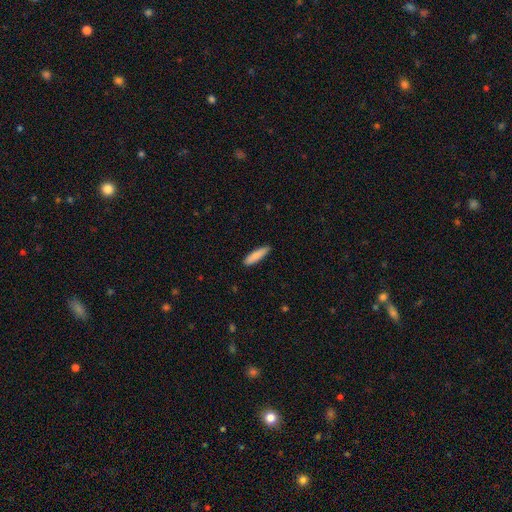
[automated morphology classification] Smooth or featured? smooth (86%)
How rounded? cigar-shaped (76%)
Merging? none (88%)